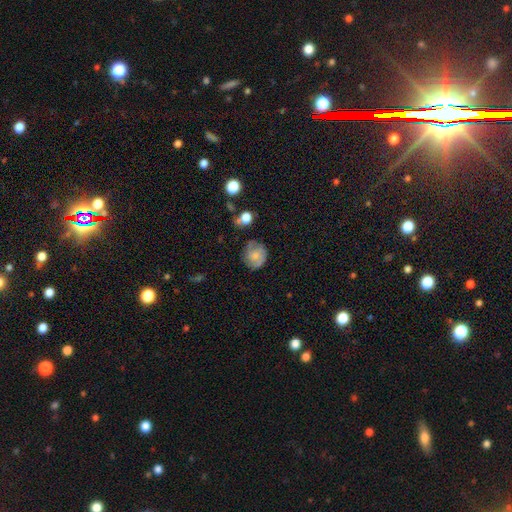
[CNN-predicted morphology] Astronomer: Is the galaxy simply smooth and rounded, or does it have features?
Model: smooth — 50% (runner-up: featured or disk, 41%).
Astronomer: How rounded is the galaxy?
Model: round — 76%.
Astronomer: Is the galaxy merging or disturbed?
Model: none — 67%.